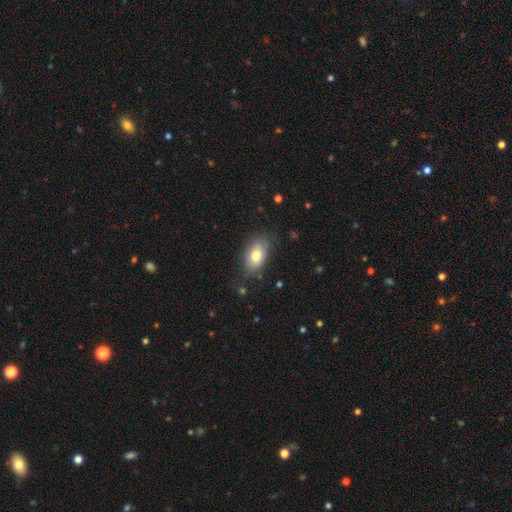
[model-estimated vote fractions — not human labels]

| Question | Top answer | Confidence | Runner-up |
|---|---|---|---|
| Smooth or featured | smooth | 73% | featured or disk (19%) |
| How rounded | in between | 89% | round (8%) |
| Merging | none | 75% | minor disturbance (19%) |